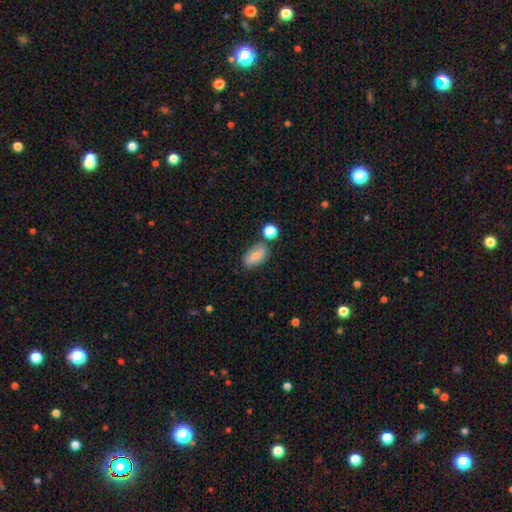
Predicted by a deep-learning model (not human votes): This appears to be a smooth galaxy with no disk features (76%) that is in between round and cigar-shaped (88%). Merging: none (68%).